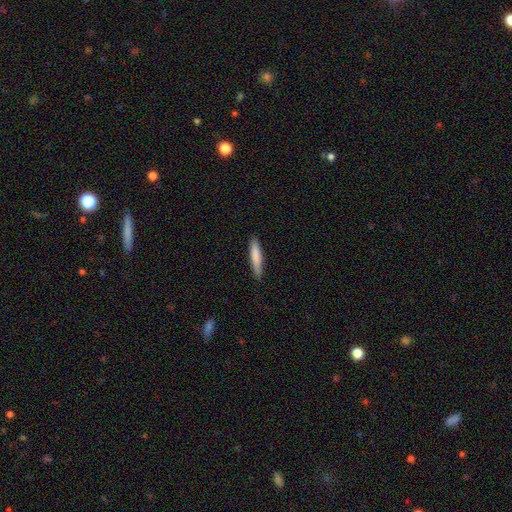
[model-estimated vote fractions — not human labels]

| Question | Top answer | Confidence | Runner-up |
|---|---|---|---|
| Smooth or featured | smooth | 81% | featured or disk (14%) |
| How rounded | cigar-shaped | 90% | in between (8%) |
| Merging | none | 89% | minor disturbance (8%) |